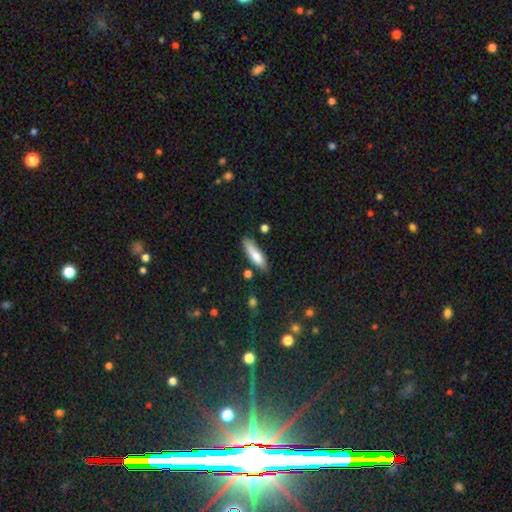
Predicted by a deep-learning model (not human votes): Smooth or featured? Predicted: smooth (p=0.78). How rounded? Predicted: cigar-shaped (p=0.62). Merging? Predicted: none (p=0.73).